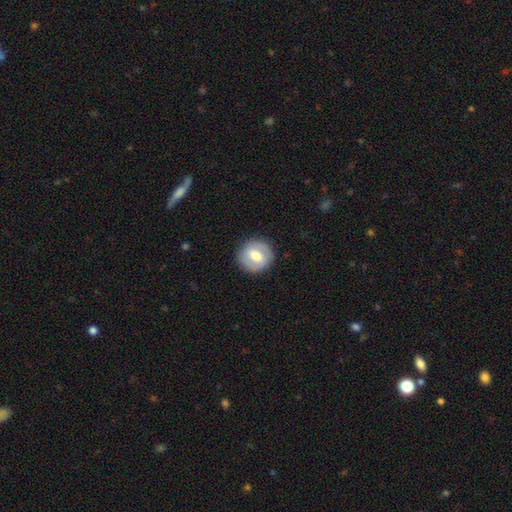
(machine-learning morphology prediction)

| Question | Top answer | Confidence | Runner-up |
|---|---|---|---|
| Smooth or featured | smooth | 53% | featured or disk (40%) |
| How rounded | round | 87% | in between (12%) |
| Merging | none | 88% | minor disturbance (8%) |